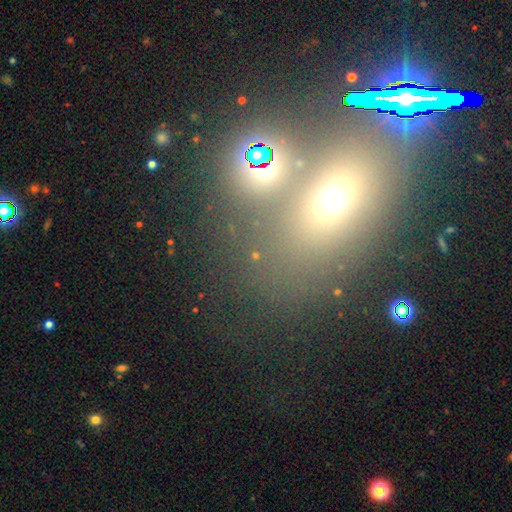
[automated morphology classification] This is marginally a star or artifact rather than a galaxy (44%).